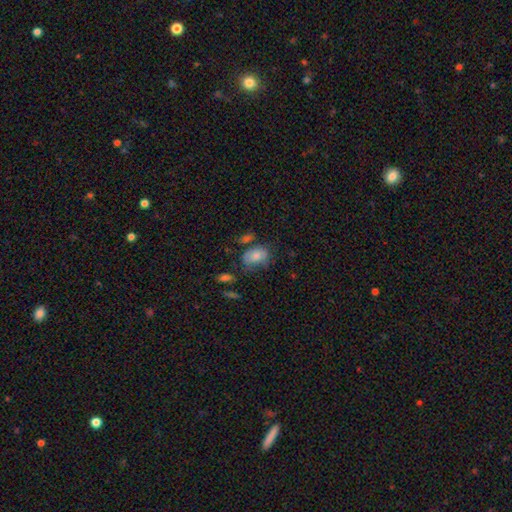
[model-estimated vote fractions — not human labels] A smooth galaxy with no disk features (77%) that is in between round and cigar-shaped (81%).

Vote fractions:
- Smooth or featured? smooth: 77% / featured or disk: 14% / star or artifact: 8%
- How rounded? in between: 81% / round: 18% / cigar-shaped: 1%
- Merging? none: 44% / minor disturbance: 30% / major disturbance: 15% / merger: 11%